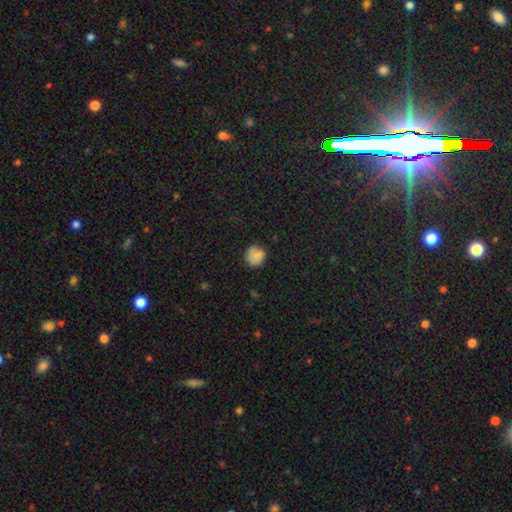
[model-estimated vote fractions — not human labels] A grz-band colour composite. It shows a smooth galaxy with no disk features (81%) that is round (90%). Merging: none (81%).